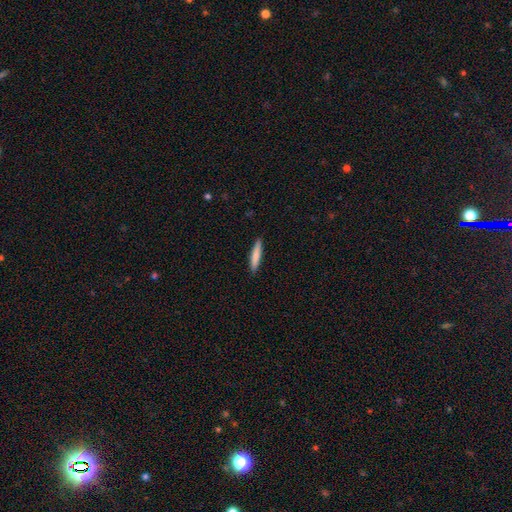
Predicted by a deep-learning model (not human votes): Smooth or featured? Predicted: smooth (p=0.80). How rounded? Predicted: cigar-shaped (p=0.90). Merging? Predicted: none (p=0.90).